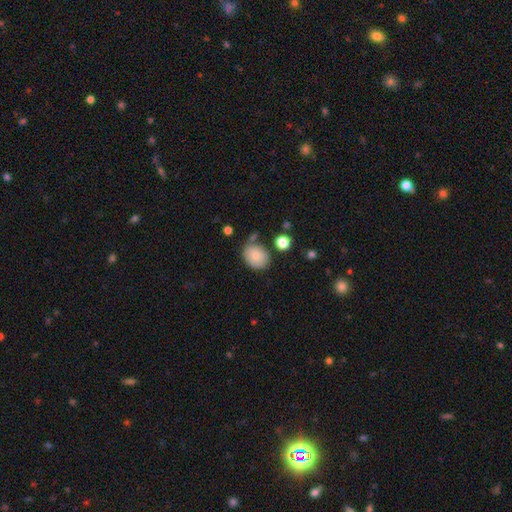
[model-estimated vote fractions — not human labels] smooth_or_featured: smooth (p=0.81) [alt: featured or disk p=0.11]
how_rounded: in between (p=0.54) [alt: round p=0.46]
merging: none (p=0.69) [alt: minor disturbance p=0.19]